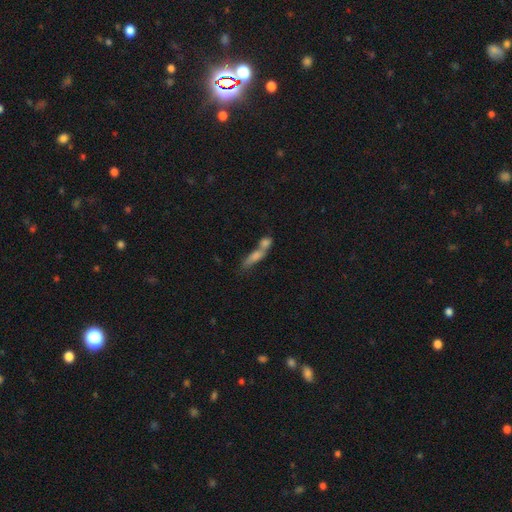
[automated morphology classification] A smooth galaxy with no disk features (59%) that is cigar-shaped (60%).

Vote fractions:
- Smooth or featured? smooth: 59% / featured or disk: 29% / star or artifact: 13%
- How rounded? cigar-shaped: 60% / in between: 33% / round: 6%
- Merging? merger: 58% / none: 26% / minor disturbance: 9% / major disturbance: 7%